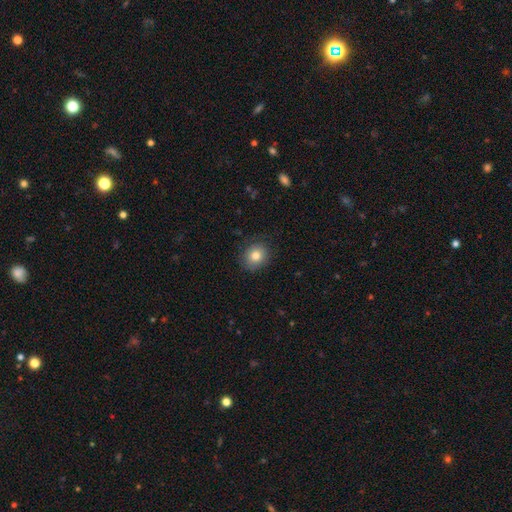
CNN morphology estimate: Smooth or featured? Predicted: smooth (p=0.81). How rounded? Predicted: round (p=0.74). Merging? Predicted: none (p=0.86).